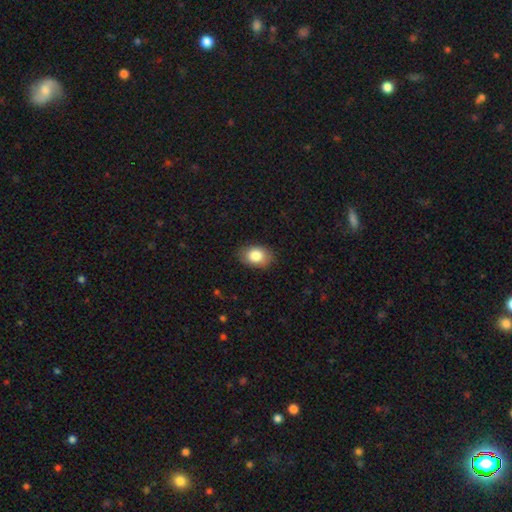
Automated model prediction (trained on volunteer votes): smooth_or_featured: smooth (p=0.82) [alt: featured or disk p=0.10]
how_rounded: in between (p=0.81) [alt: round p=0.18]
merging: none (p=0.84) [alt: minor disturbance p=0.13]